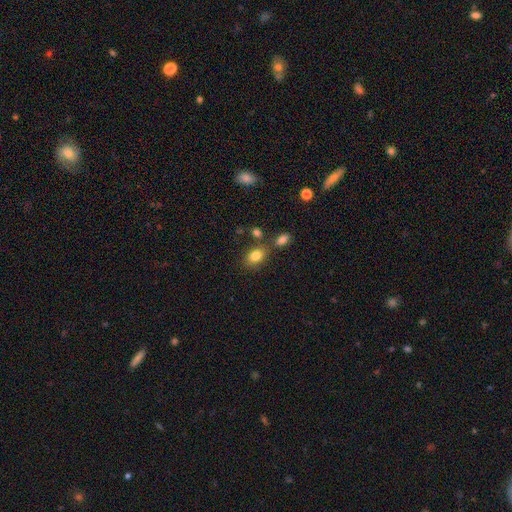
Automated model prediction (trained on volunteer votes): smooth 83%, star or artifact 9%, featured or disk 8%. Down the decision tree: how rounded — in between (80%); merging — none (69%).